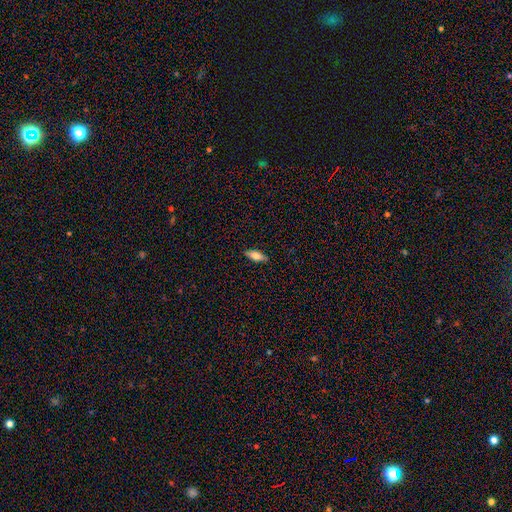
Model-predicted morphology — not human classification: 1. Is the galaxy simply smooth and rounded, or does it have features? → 65% smooth, 28% featured or disk, 7% star or artifact.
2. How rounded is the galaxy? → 66% in between, 31% cigar-shaped, 3% round.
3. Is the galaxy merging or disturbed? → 88% none, 9% minor disturbance, 2% major disturbance, 1% merger.